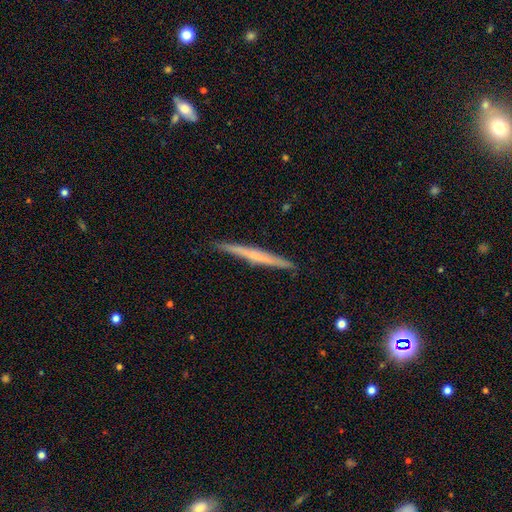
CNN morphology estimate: Q: Smooth or featured?
A: featured or disk (57%); runner-up: smooth (37%)
Q: Edge-on disk?
A: yes (98%); runner-up: no (2%)
Q: Edge-on bulge?
A: none (63%); runner-up: rounded (28%)
Q: Merging?
A: none (90%); runner-up: minor disturbance (7%)